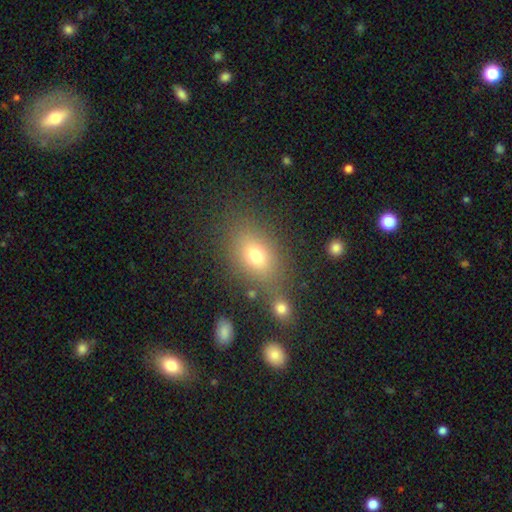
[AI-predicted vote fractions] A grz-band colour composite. It shows a smooth galaxy with no disk features (72%) that is in between round and cigar-shaped (72%). Merging: none (68%).